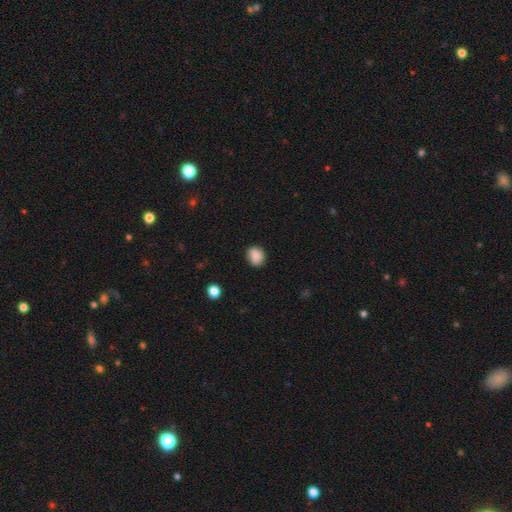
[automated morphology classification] A smooth galaxy with no disk features (87%) that is round (64%). Merging: none (82%).